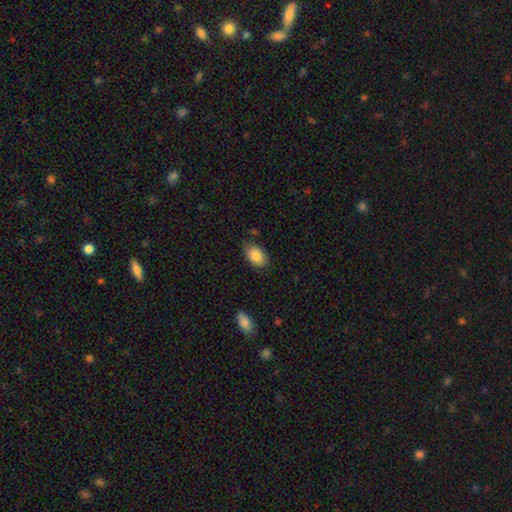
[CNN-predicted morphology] Q: Smooth or featured?
A: smooth (86%); runner-up: star or artifact (7%)
Q: How rounded?
A: in between (89%); runner-up: round (10%)
Q: Merging?
A: none (77%); runner-up: minor disturbance (17%)